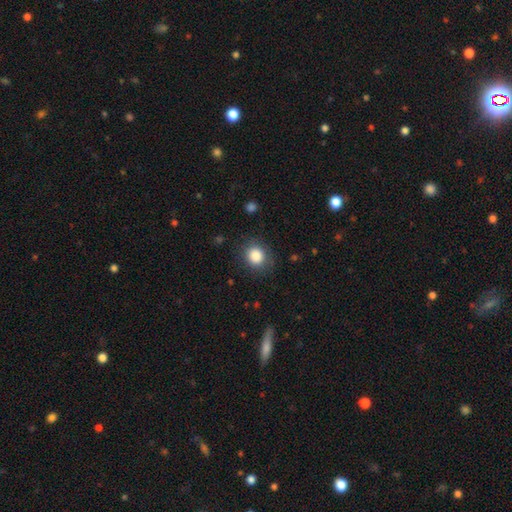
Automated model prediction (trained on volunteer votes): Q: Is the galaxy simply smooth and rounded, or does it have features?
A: smooth — 85%.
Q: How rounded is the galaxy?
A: round — 75%.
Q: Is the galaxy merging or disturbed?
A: none — 84%.